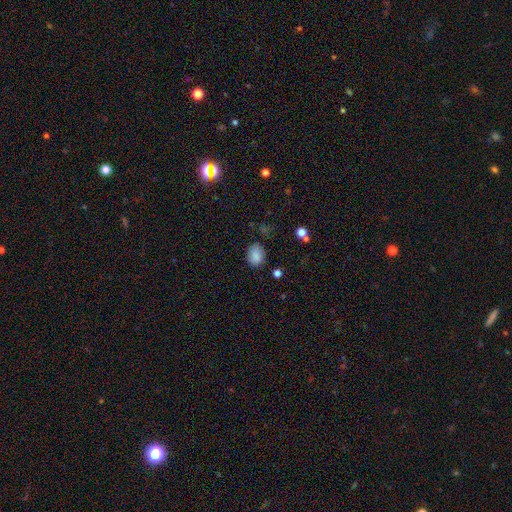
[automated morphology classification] The model was most divided on "how rounded": in between: 65%, round: 34%, cigar-shaped: 1%. More confident: smooth or featured — smooth (85%); merging — none (75%).